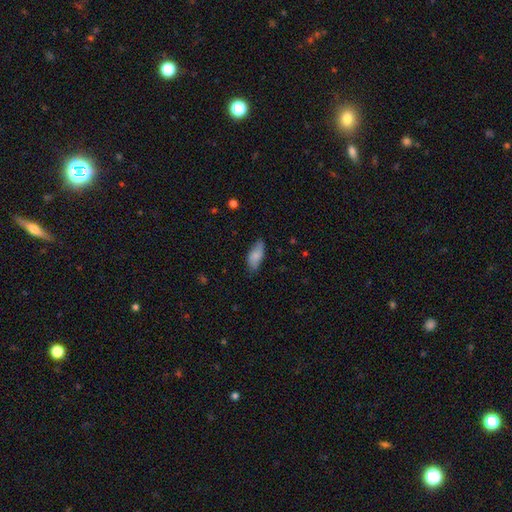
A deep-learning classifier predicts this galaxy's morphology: The model was most divided on "merging": none: 71%, minor disturbance: 24%, major disturbance: 4%, merger: 1%. More confident: how rounded — in between (85%); smooth or featured — smooth (76%).